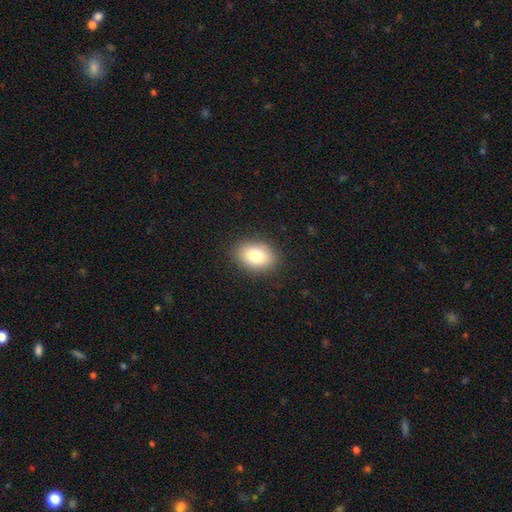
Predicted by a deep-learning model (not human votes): This is clearly a smooth galaxy (81%). How rounded: likely in between (78%). Merging: clearly none (88%).